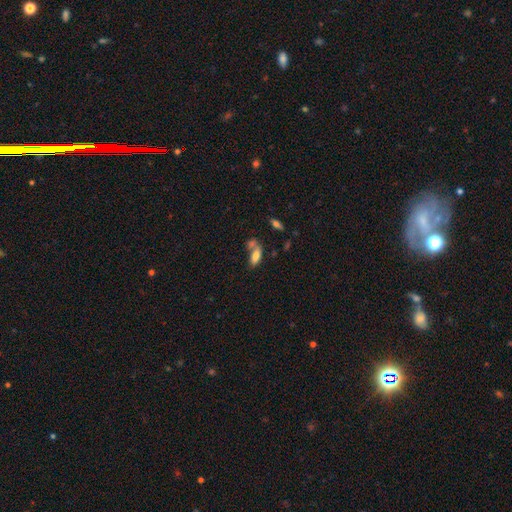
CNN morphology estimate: smooth-or-featured: smooth: 78% | featured or disk: 13% | star or artifact: 10%
  how-rounded: in between: 83% | cigar-shaped: 14% | round: 3%
  merging: merger: 43% | none: 36% | minor disturbance: 14% | major disturbance: 7%